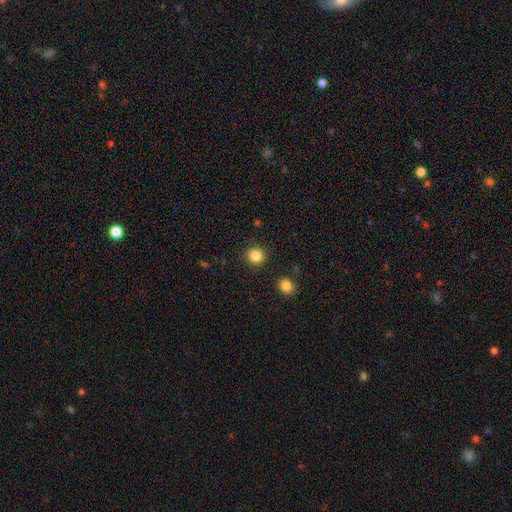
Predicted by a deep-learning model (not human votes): This is clearly a smooth galaxy (85%). How rounded: clearly round (91%). Merging: clearly none (89%).